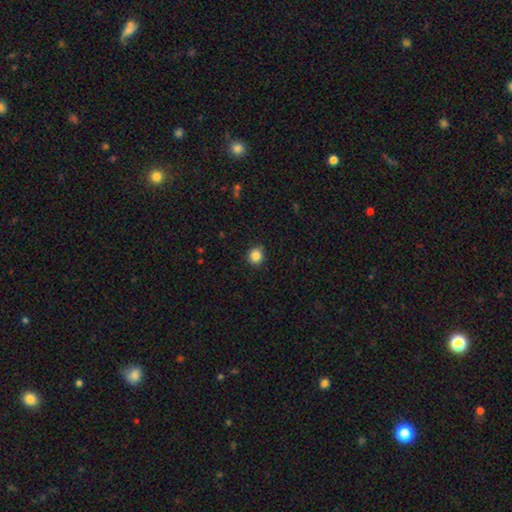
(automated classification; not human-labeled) This is clearly a smooth galaxy (86%). How rounded: clearly round (88%). Merging: clearly none (89%).